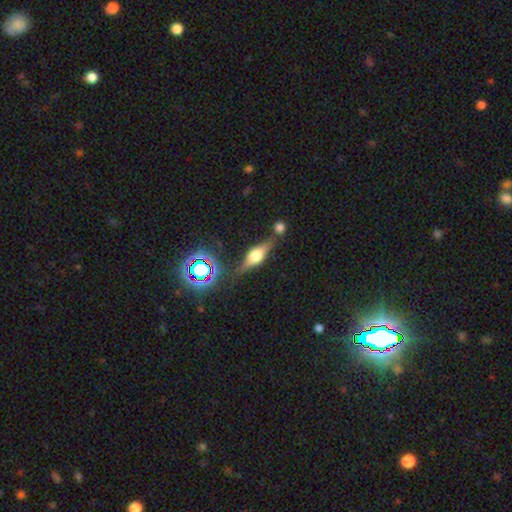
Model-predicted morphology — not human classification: The model was most divided on "smooth or featured": featured or disk: 66%, smooth: 22%, star or artifact: 12%. More confident: edge-on disk — yes (93%); edge-on bulge — rounded (92%); merging — none (73%).